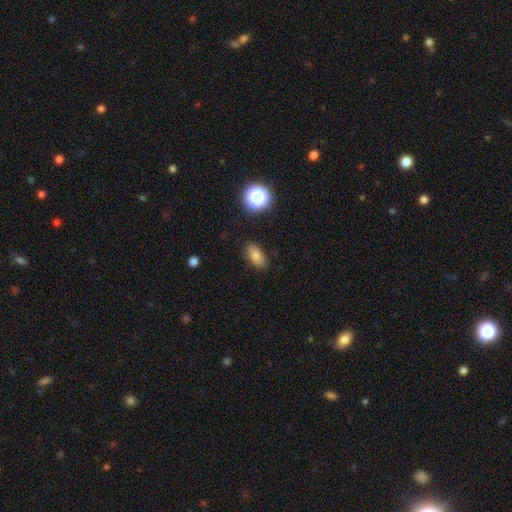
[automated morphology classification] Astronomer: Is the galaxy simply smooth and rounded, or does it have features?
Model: smooth — 77%.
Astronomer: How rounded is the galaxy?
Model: in between — 87%.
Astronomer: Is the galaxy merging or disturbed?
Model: none — 85%.